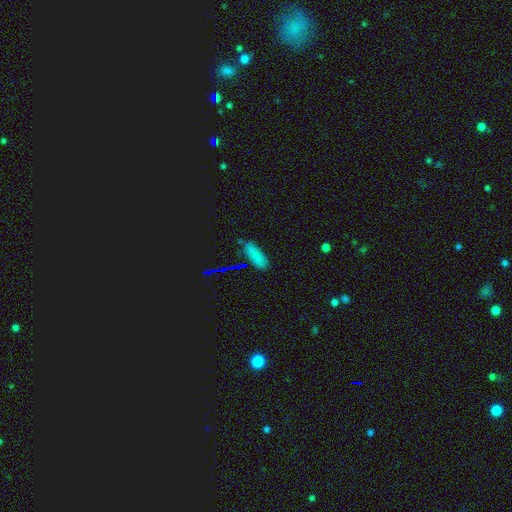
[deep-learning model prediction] Smooth or featured?
  - smooth: 79% *
  - star or artifact: 15%
  - featured or disk: 7%
How rounded?
  - in between: 63% *
  - cigar-shaped: 34%
  - round: 3%
Merging?
  - none: 79% *
  - minor disturbance: 15%
  - major disturbance: 3%
  - merger: 3%